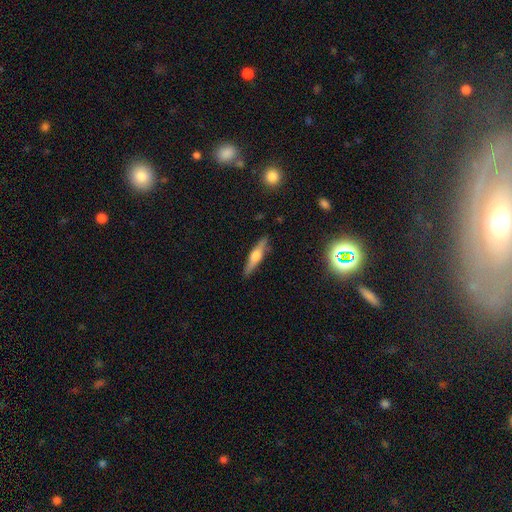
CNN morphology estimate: Q: Smooth or featured?
A: featured or disk (58%); runner-up: smooth (35%)
Q: Edge-on disk?
A: yes (96%); runner-up: no (4%)
Q: Edge-on bulge?
A: rounded (89%); runner-up: boxy (7%)
Q: Merging?
A: none (88%); runner-up: minor disturbance (9%)